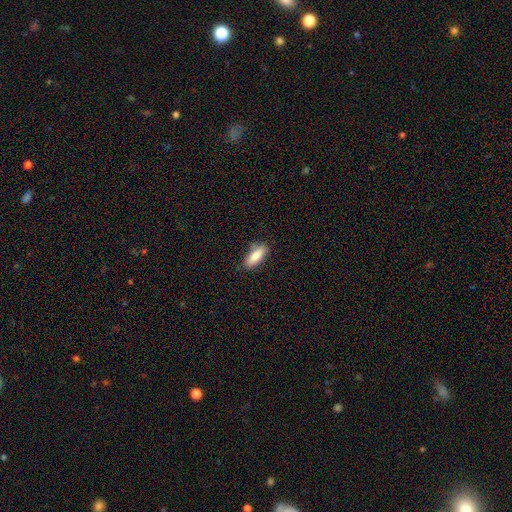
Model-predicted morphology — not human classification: A smooth galaxy with no disk features (82%) that is in between round and cigar-shaped (67%). Merging: none (81%).